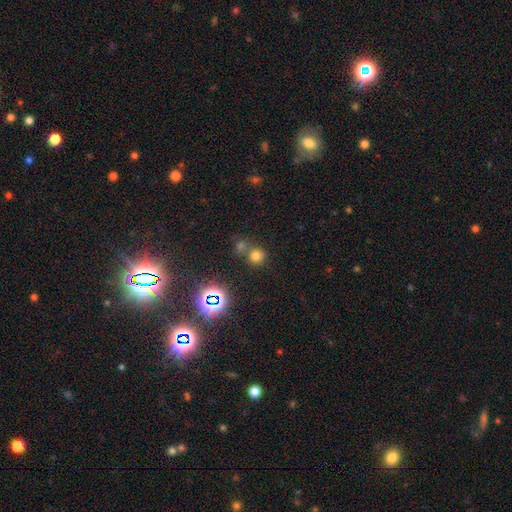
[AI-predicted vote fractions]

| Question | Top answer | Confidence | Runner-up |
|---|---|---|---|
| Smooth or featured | smooth | 66% | star or artifact (26%) |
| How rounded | round | 87% | in between (12%) |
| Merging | none | 58% | merger (29%) |